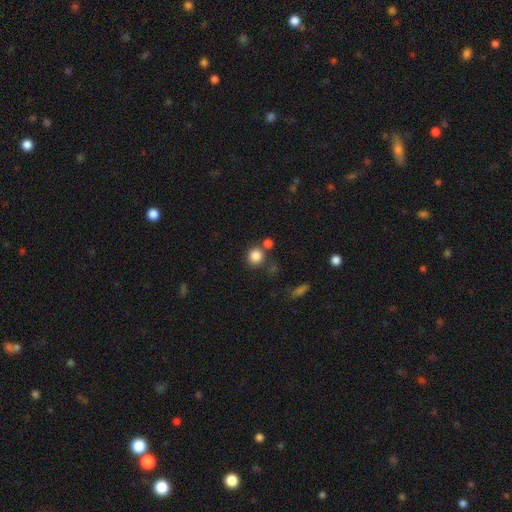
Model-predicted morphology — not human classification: Smooth or featured?
  - smooth: 84% *
  - star or artifact: 11%
  - featured or disk: 5%
How rounded?
  - round: 88% *
  - in between: 11%
  - cigar-shaped: 1%
Merging?
  - none: 71% *
  - merger: 16%
  - minor disturbance: 9%
  - major disturbance: 4%